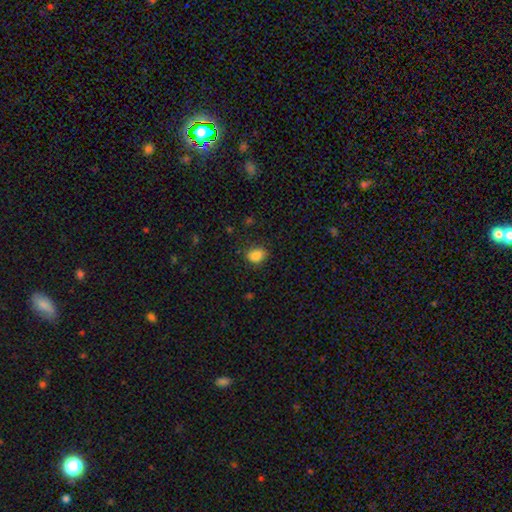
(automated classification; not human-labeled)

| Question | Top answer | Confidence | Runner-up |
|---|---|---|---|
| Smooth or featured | smooth | 86% | star or artifact (10%) |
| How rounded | in between | 54% | round (45%) |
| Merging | none | 76% | minor disturbance (18%) |